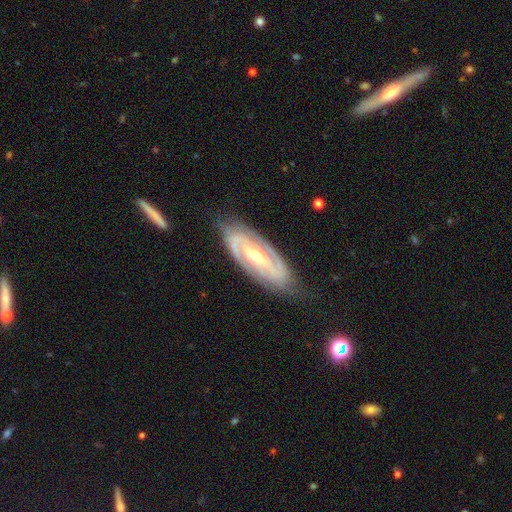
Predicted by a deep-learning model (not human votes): This is clearly a featured or disk galaxy (87%). It is clearly not viewed edge-on (91%). Bar: marginally weak (34%, tied with strong). Spiral arm pattern: clearly yes (92%). Spiral arm count: likely 2 (75%). Spiral winding: possibly tight (57%). Central bulge: possibly moderate (54%). Merging: likely none (76%).